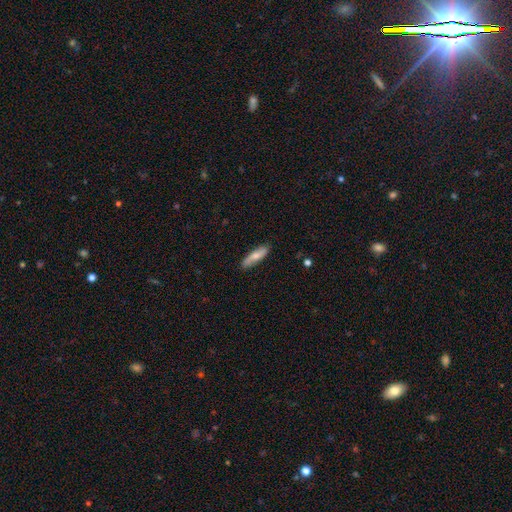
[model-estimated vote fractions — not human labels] Smooth or featured? smooth (66%)
How rounded? cigar-shaped (68%)
Merging? none (86%)